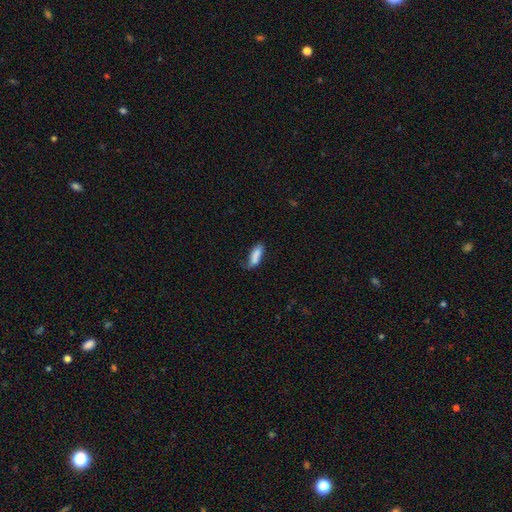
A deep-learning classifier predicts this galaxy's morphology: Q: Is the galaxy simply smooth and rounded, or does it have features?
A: smooth — 83%.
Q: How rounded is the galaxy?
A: in between — 58%.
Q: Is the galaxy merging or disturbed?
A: none — 53%.